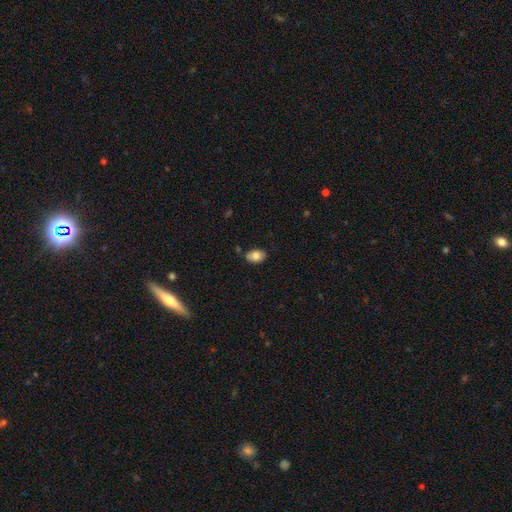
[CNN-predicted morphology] This appears to be a smooth galaxy with no disk features (80%) that is in between round and cigar-shaped (87%). Merging: none (78%).